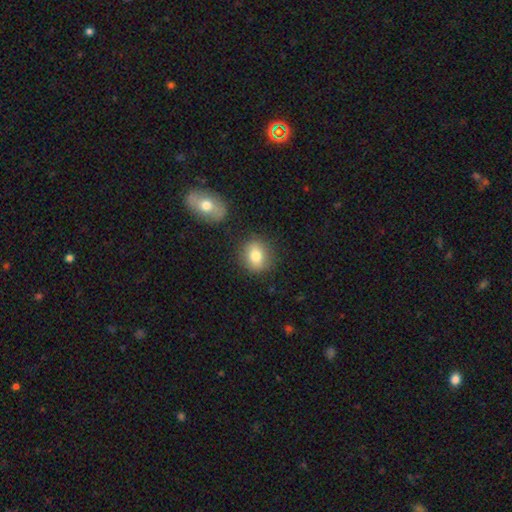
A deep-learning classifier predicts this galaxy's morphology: This is likely a smooth galaxy (78%). How rounded: likely round (68%). Merging: clearly none (83%).